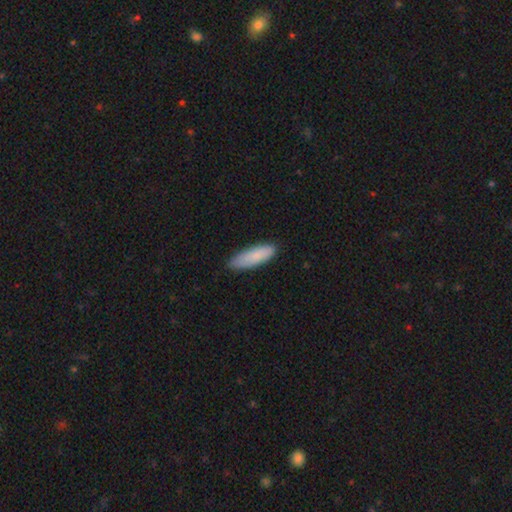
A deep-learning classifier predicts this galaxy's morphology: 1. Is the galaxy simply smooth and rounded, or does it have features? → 86% smooth, 8% featured or disk, 6% star or artifact.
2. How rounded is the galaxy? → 55% cigar-shaped, 43% in between, 2% round.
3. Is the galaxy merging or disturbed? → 84% none, 13% minor disturbance, 2% major disturbance, 1% merger.